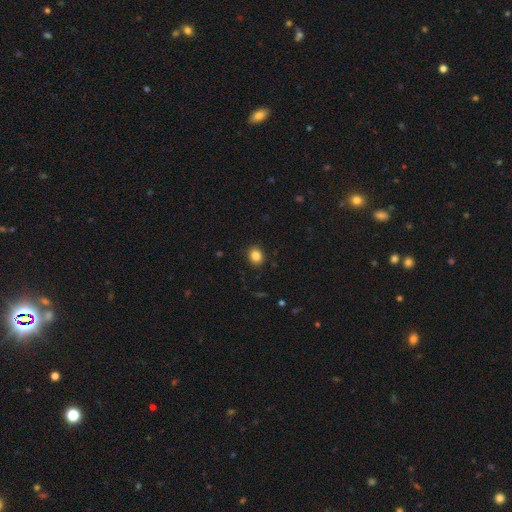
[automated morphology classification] type=smooth (85%); roundness=round (64%); merging=none (91%).